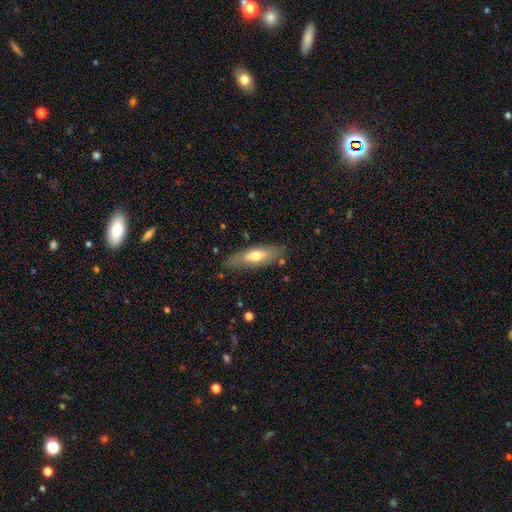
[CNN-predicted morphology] Overall: smooth (56%; featured or disk 38%). How rounded: in between (58%; cigar-shaped 40%). Merging: none (80%).